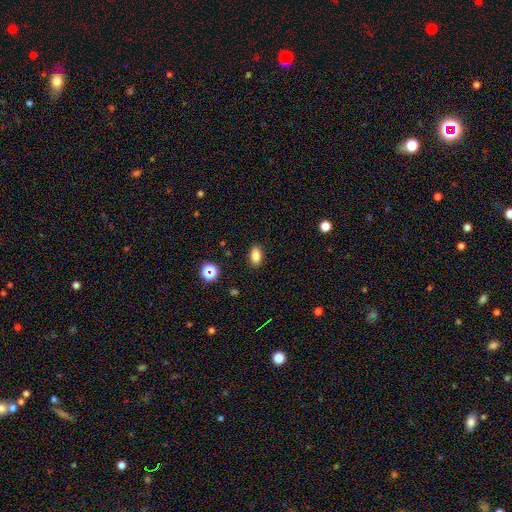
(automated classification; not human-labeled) smooth 83%, star or artifact 11%, featured or disk 6%. Down the decision tree: how rounded — in between (87%); merging — none (88%).